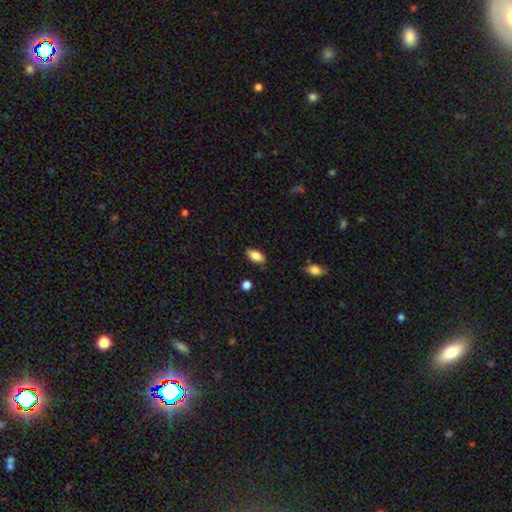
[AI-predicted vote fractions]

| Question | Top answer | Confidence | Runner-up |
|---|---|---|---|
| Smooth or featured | smooth | 83% | featured or disk (10%) |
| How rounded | in between | 90% | cigar-shaped (7%) |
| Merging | none | 82% | minor disturbance (14%) |